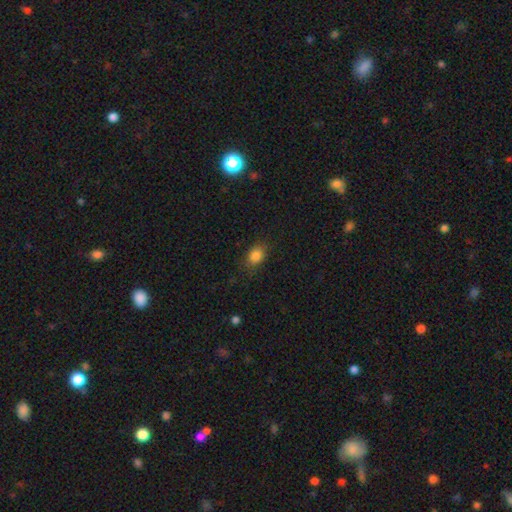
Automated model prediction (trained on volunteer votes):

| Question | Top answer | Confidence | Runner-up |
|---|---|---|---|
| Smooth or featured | smooth | 84% | star or artifact (10%) |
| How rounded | in between | 73% | round (25%) |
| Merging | none | 82% | minor disturbance (14%) |